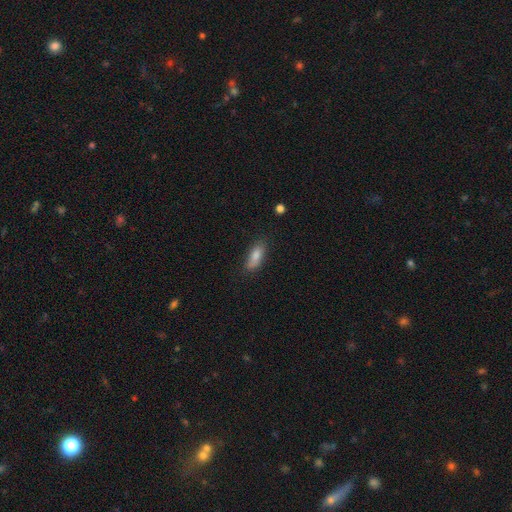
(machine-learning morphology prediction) Q: Smooth or featured?
A: smooth (80%); runner-up: featured or disk (12%)
Q: How rounded?
A: in between (67%); runner-up: cigar-shaped (31%)
Q: Merging?
A: none (74%); runner-up: minor disturbance (20%)